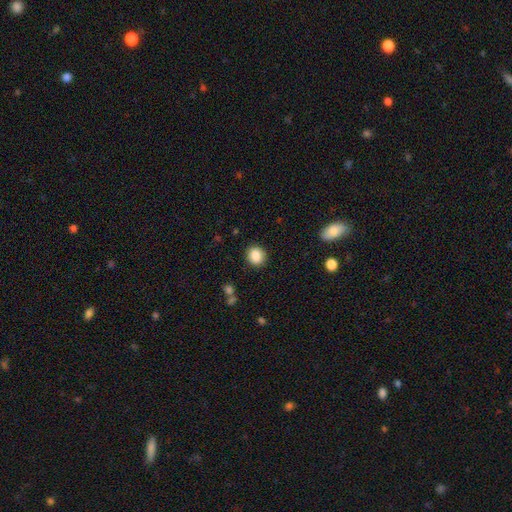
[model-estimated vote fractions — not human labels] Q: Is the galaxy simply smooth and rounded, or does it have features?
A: smooth — 86%.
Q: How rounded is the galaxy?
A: round — 80%.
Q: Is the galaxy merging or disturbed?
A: none — 90%.